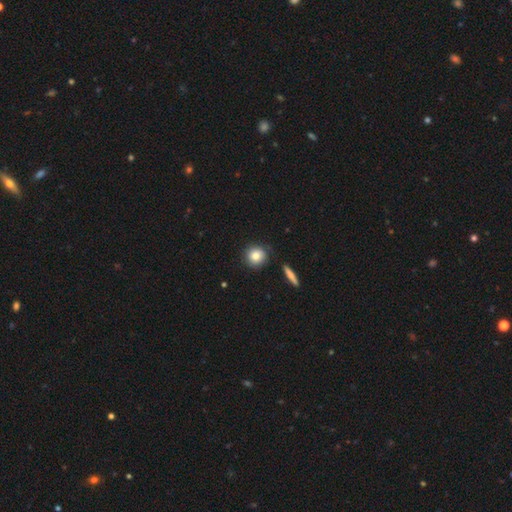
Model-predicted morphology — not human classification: Smooth or featured: smooth — 82% (featured or disk — 10%)
How rounded: round — 90% (in between — 9%)
Merging: none — 83% (minor disturbance — 11%)